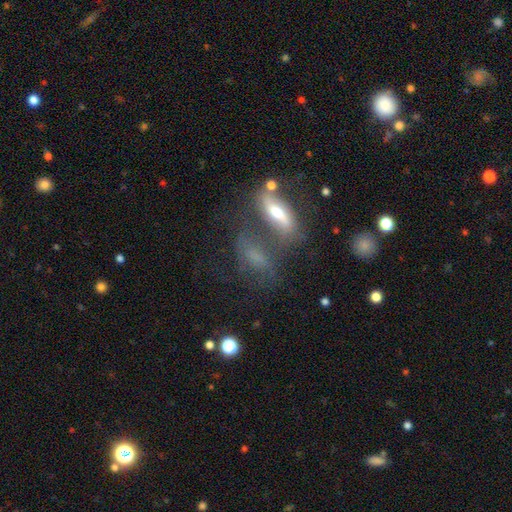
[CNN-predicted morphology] A smooth galaxy with no disk features (44%).

Vote fractions:
- Smooth or featured? smooth: 44% / featured or disk: 38% / star or artifact: 18%
- Merging? none: 38% / merger: 32% / minor disturbance: 16% / major disturbance: 14%